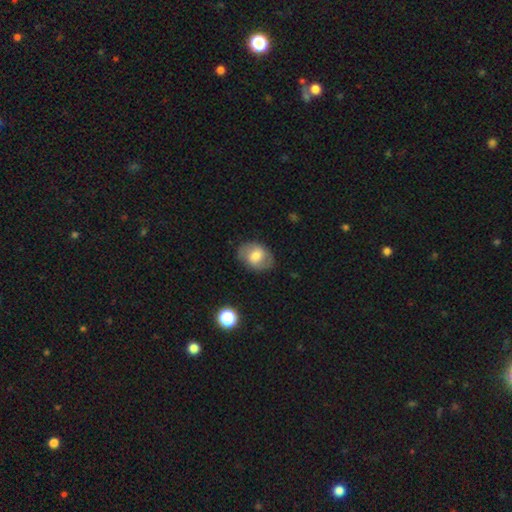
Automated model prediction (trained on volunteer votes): smooth_or_featured: smooth (p=0.50) [alt: featured or disk p=0.42]
how_rounded: in between (p=0.65) [alt: round p=0.33]
merging: none (p=0.78) [alt: minor disturbance p=0.15]